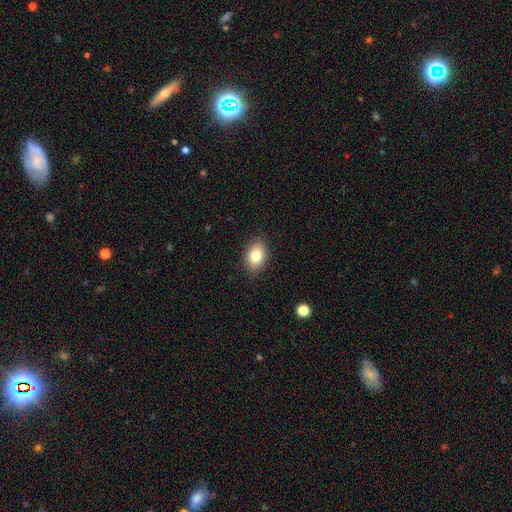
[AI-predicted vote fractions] Q: Smooth or featured?
A: smooth (81%); runner-up: featured or disk (10%)
Q: How rounded?
A: in between (76%); runner-up: round (23%)
Q: Merging?
A: none (87%); runner-up: minor disturbance (10%)